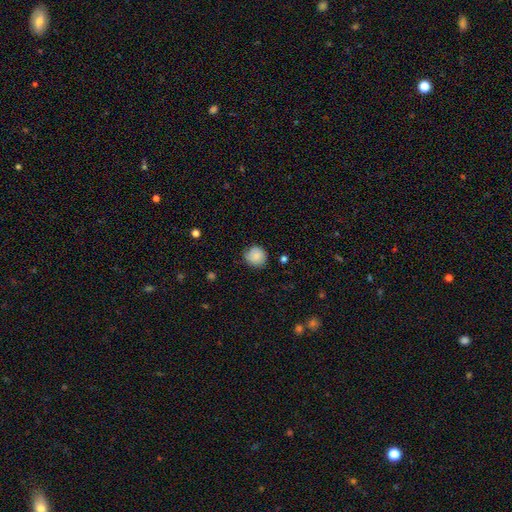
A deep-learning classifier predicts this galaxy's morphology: Q: Smooth or featured?
A: smooth (86%); runner-up: star or artifact (8%)
Q: How rounded?
A: round (91%); runner-up: in between (8%)
Q: Merging?
A: none (81%); runner-up: minor disturbance (15%)